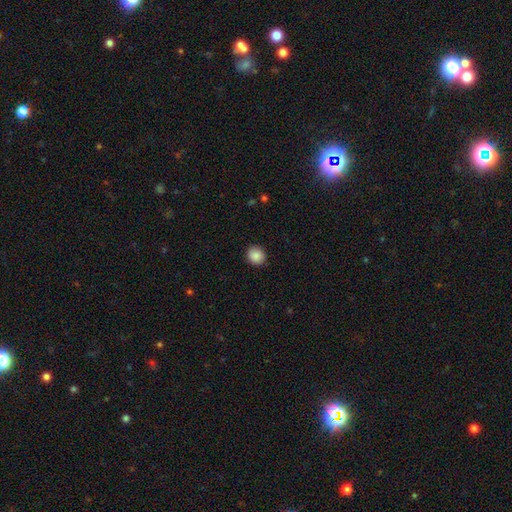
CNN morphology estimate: Smooth or featured? smooth (88%)
How rounded? round (82%)
Merging? none (90%)